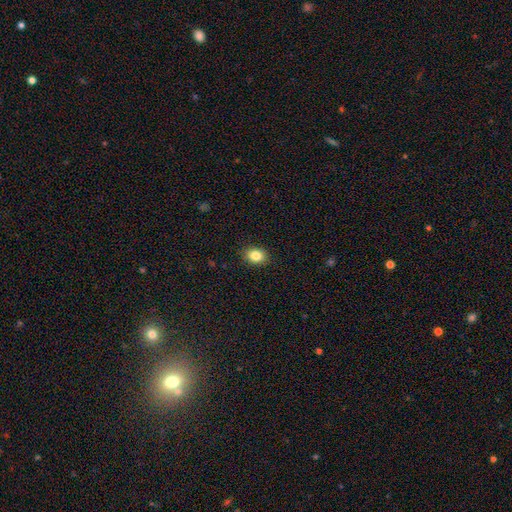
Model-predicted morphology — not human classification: A smooth galaxy with no disk features (85%) that is in between round and cigar-shaped (64%). Merging: none (89%).